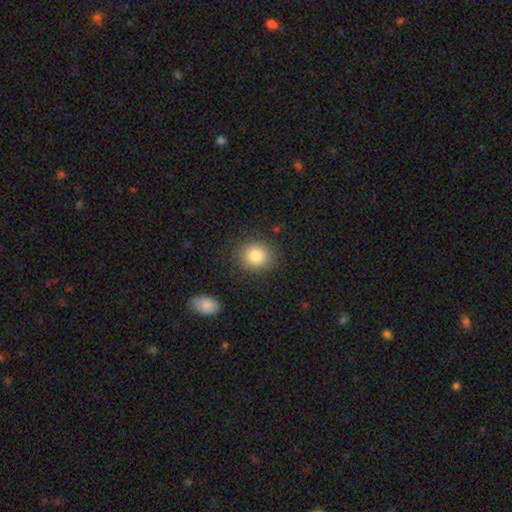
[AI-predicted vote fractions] This is clearly a smooth galaxy (83%). How rounded: likely round (77%). Merging: clearly none (85%).